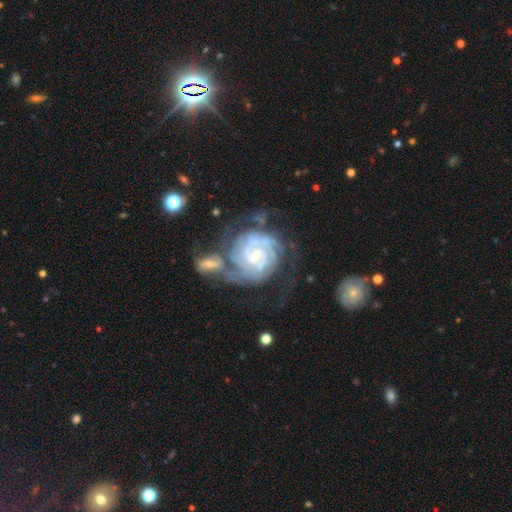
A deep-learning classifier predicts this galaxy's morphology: Smooth or featured?
  - featured or disk: 90% *
  - smooth: 5%
  - star or artifact: 5%
Edge-on disk?
  - no: 98% *
  - yes: 2%
Bar?
  - no: 54% *
  - weak: 35%
  - strong: 11%
Spiral arms?
  - yes: 98% *
  - no: 2%
Spiral winding?
  - tight: 78% *
  - medium: 19%
  - loose: 4%
Spiral arm count?
  - 2: 26% * (tied)
  - can't tell: 26% * (tied)
  - 3: 21%
  - 4: 14%
  - more than 4: 7%
  - 1: 6%
Bulge size?
  - small: 66% *
  - moderate: 29%
  - none: 2%
  - large: 2%
  - dominant: 1%
Merging?
  - none: 39% *
  - merger: 27%
  - minor disturbance: 18%
  - major disturbance: 16%